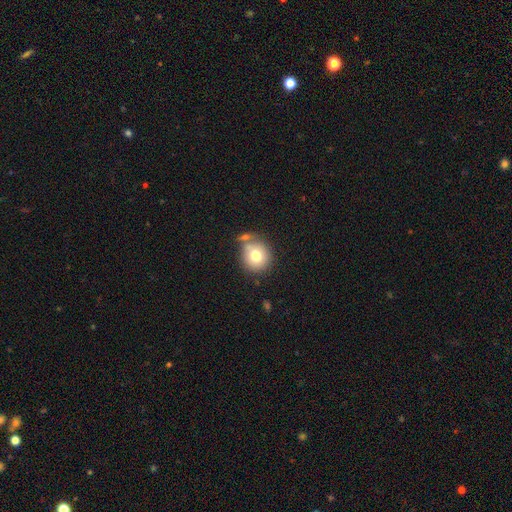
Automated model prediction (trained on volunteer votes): smooth 74%, featured or disk 16%, star or artifact 10%. Down the decision tree: how rounded — round (88%); merging — none (62%).